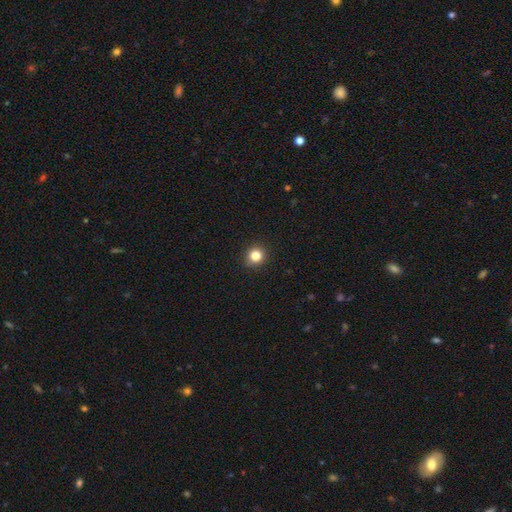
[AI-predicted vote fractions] Smooth or featured: smooth — 83% (star or artifact — 12%)
How rounded: round — 92% (in between — 7%)
Merging: none — 92% (minor disturbance — 5%)